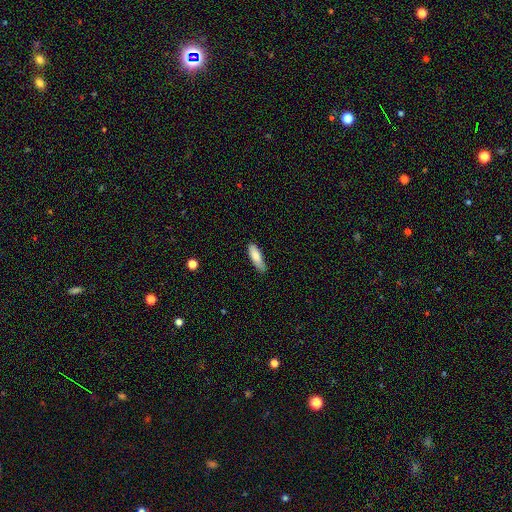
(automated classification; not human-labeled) Smooth or featured? Predicted: smooth (p=0.82). How rounded? Predicted: in between (p=0.53). Merging? Predicted: none (p=0.78).